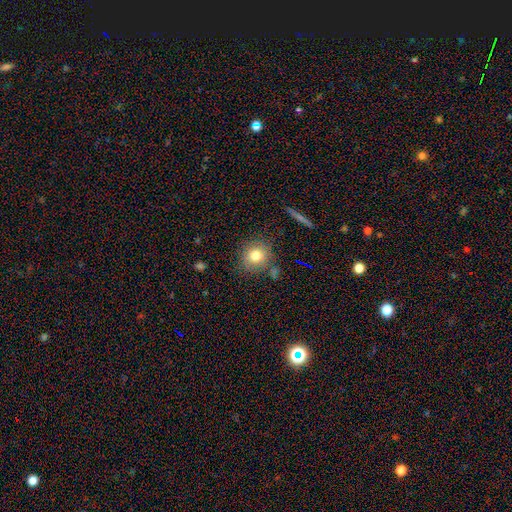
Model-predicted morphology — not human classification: smooth_or_featured: smooth (p=0.78) [alt: featured or disk p=0.11]
how_rounded: round (p=0.87) [alt: in between p=0.12]
merging: none (p=0.79) [alt: minor disturbance p=0.12]